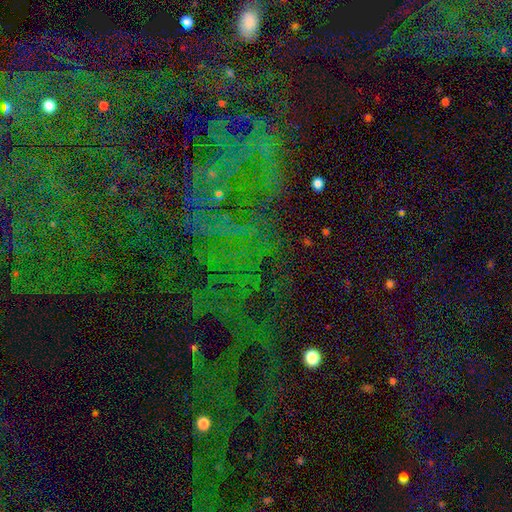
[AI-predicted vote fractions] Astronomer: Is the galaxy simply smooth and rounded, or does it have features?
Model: star or artifact — 78%.